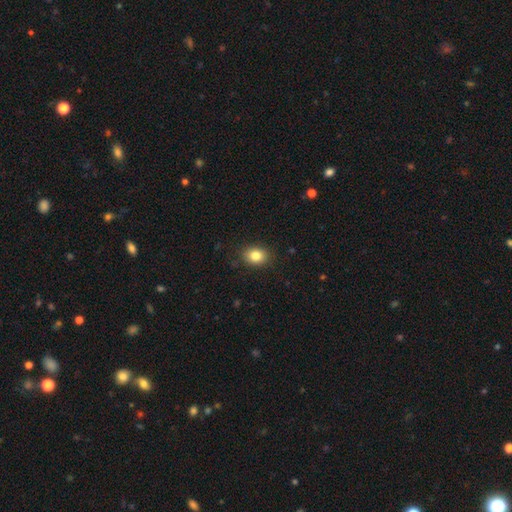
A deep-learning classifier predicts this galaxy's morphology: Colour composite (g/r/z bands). It shows a smooth galaxy with no disk features (84%) that is in between round and cigar-shaped (58%). Merging: none (87%).